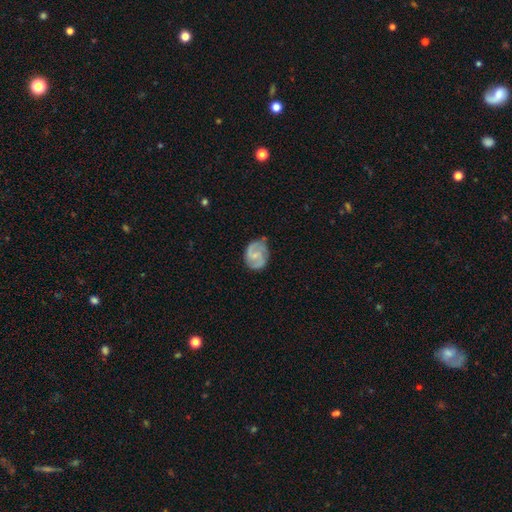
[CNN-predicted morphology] Overall: featured or disk (76%). Edge-on disk: no (98%). Bar: no (46%; weak 45%). Spiral arms: yes (94%). Spiral arm count: 2 (84%). Spiral winding: medium (51%; tight 28%). Bulge size: small (62%; moderate 26%). Merging: none (65%; minor disturbance 25%).